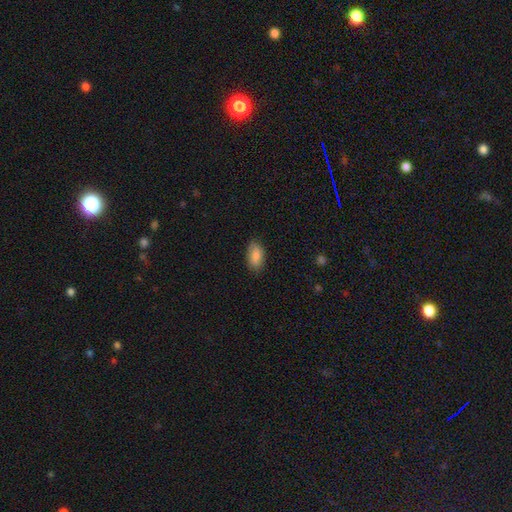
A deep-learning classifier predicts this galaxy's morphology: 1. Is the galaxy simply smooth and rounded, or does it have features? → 87% smooth, 7% star or artifact, 6% featured or disk.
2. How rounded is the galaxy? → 92% in between, 5% cigar-shaped, 3% round.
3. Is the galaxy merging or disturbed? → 83% none, 14% minor disturbance, 3% major disturbance, 1% merger.